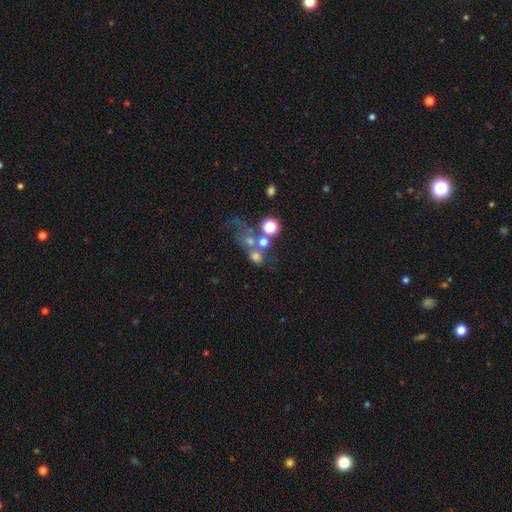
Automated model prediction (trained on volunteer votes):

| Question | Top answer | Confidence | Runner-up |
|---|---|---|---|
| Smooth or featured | smooth | 52% | featured or disk (24%) |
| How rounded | round | 71% | in between (26%) |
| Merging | merger | 43% | none (32%) |